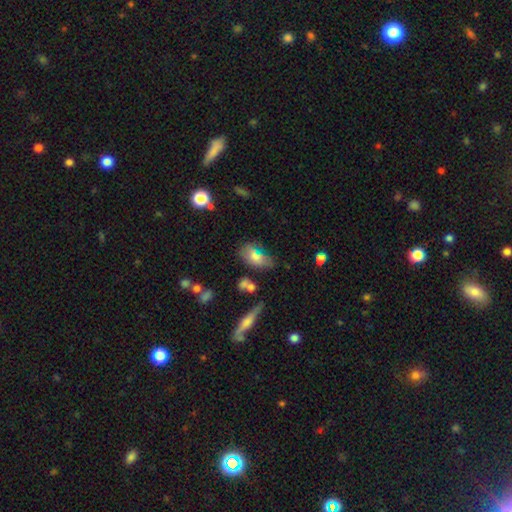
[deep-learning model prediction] A smooth galaxy with no disk features (69%) that is in between round and cigar-shaped (89%). Merging: none (45%).